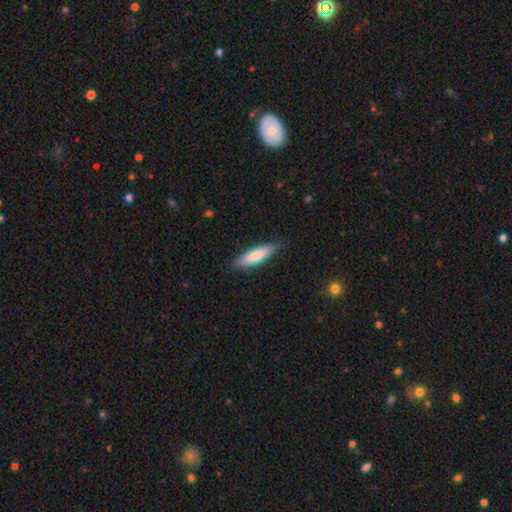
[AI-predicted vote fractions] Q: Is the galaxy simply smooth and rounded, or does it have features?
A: smooth — 76%.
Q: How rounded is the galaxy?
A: cigar-shaped — 65%.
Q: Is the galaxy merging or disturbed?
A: none — 85%.